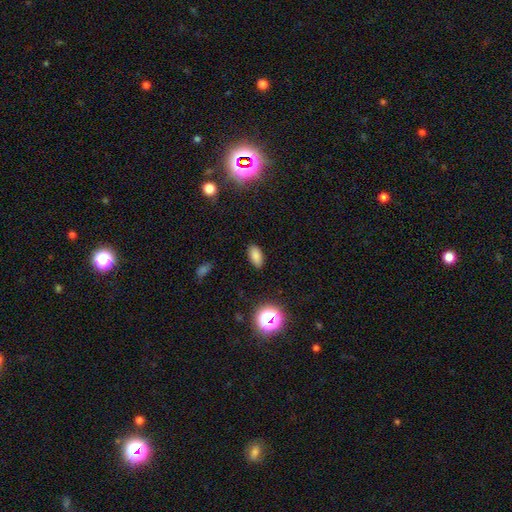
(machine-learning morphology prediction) The model was most divided on "smooth or featured": smooth: 81%, star or artifact: 14%, featured or disk: 5%. More confident: how rounded — in between (90%); merging — none (87%).